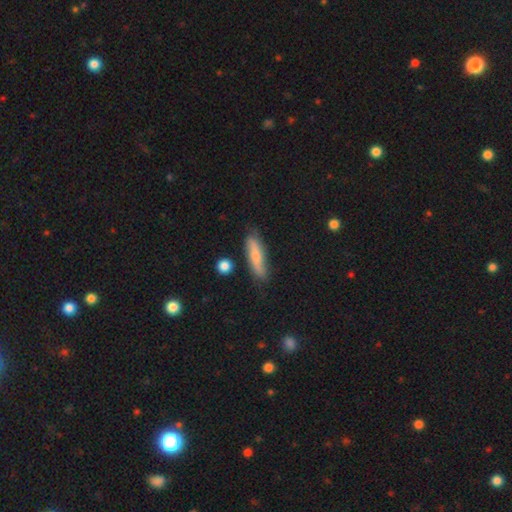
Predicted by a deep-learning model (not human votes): Morphology: type=smooth (63%); roundness=cigar-shaped (69%); merging=none (73%).